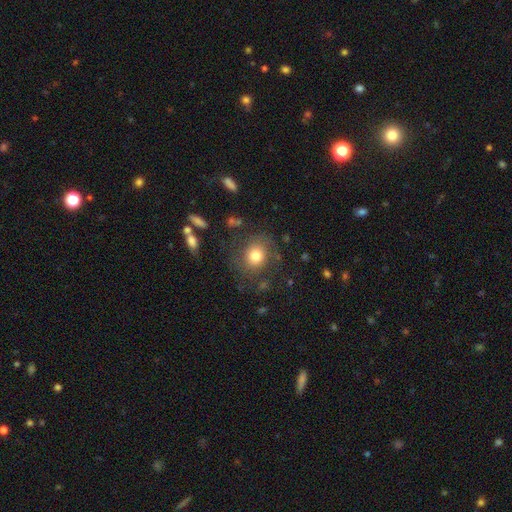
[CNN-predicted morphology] Overall: smooth (74%). How rounded: round (77%). Merging: none (75%).